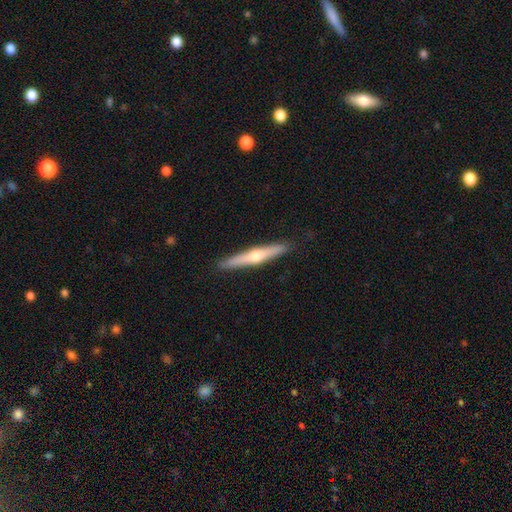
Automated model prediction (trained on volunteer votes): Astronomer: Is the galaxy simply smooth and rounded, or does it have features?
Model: featured or disk — 60% (runner-up: smooth, 35%).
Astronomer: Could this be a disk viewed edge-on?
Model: yes — 96%.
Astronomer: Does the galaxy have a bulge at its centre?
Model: rounded — 89%.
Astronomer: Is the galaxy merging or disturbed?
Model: none — 90%.